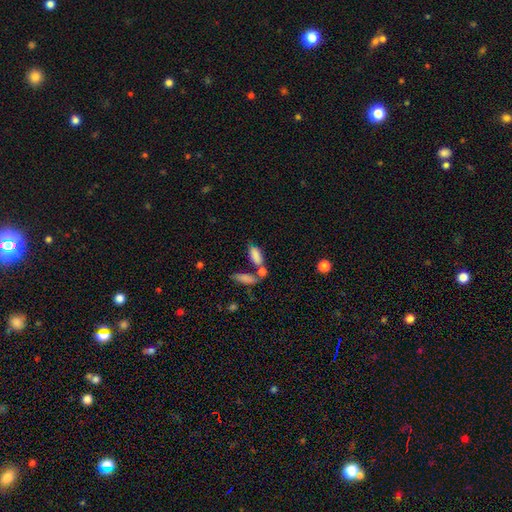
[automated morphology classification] Smooth or featured? Predicted: smooth (p=0.82). How rounded? Predicted: in between (p=0.79). Merging? Predicted: merger (p=0.45).